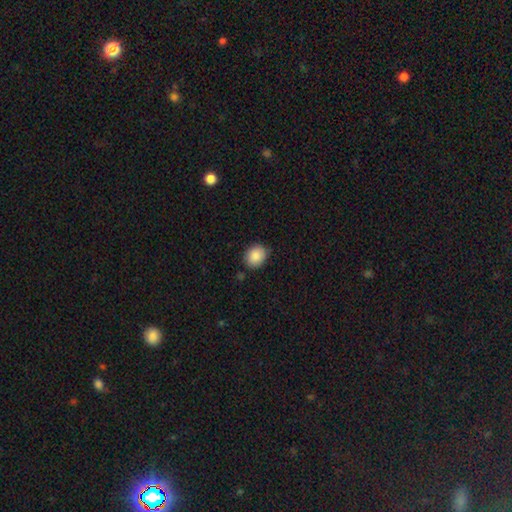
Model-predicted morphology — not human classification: Smooth or featured?
  - smooth: 88% *
  - star or artifact: 8%
  - featured or disk: 4%
How rounded?
  - round: 65% *
  - in between: 34%
  - cigar-shaped: 1%
Merging?
  - none: 83% *
  - minor disturbance: 13%
  - major disturbance: 2%
  - merger: 2%